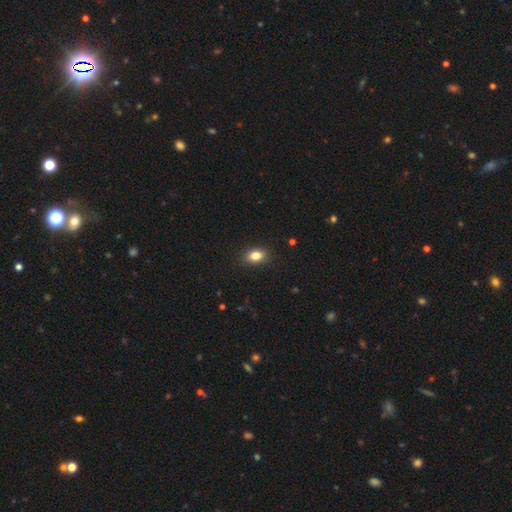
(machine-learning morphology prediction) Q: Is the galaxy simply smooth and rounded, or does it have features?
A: smooth — 84%.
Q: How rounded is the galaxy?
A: in between — 77%.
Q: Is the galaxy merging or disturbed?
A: none — 88%.